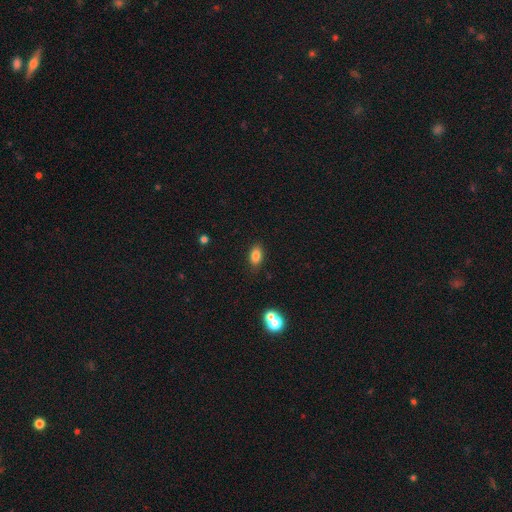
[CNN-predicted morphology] type=smooth (84%); roundness=in between (88%); merging=none (85%).